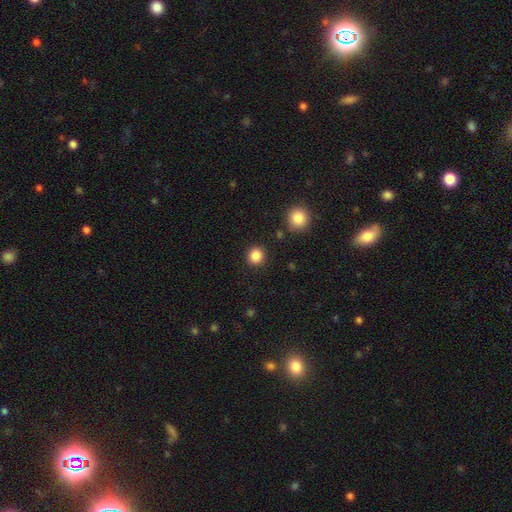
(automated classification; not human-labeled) A smooth galaxy with no disk features (85%) that is round (93%).

Vote fractions:
- Smooth or featured? smooth: 85% / star or artifact: 11% / featured or disk: 4%
- How rounded? round: 93% / in between: 6% / cigar-shaped: 1%
- Merging? none: 90% / minor disturbance: 6% / major disturbance: 2% / merger: 2%